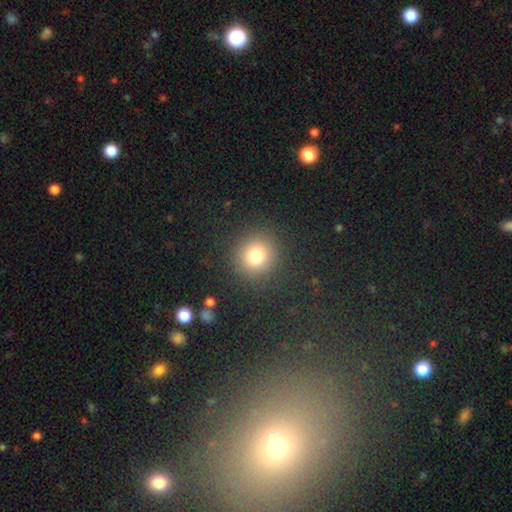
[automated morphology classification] Smooth or featured: smooth — 77% (star or artifact — 14%)
How rounded: round — 92% (in between — 7%)
Merging: none — 89% (minor disturbance — 6%)